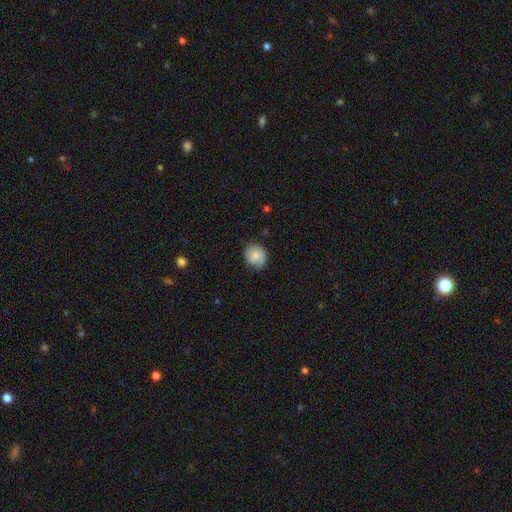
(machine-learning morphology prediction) Smooth or featured? Predicted: smooth (p=0.74). How rounded? Predicted: round (p=0.77). Merging? Predicted: none (p=0.80).